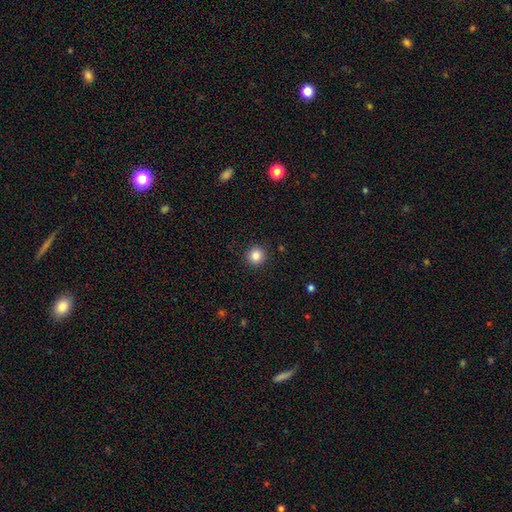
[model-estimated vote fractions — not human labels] Smooth or featured?
  - smooth: 85% *
  - star or artifact: 11%
  - featured or disk: 4%
How rounded?
  - round: 94% *
  - in between: 5%
  - cigar-shaped: 1%
Merging?
  - none: 92% *
  - minor disturbance: 5%
  - major disturbance: 2%
  - merger: 1%